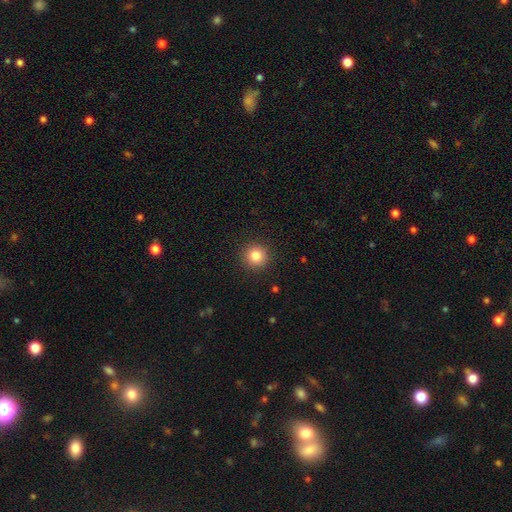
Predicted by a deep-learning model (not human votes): Smooth or featured?
  - smooth: 83% *
  - star or artifact: 11%
  - featured or disk: 6%
How rounded?
  - round: 95% *
  - in between: 4%
  - cigar-shaped: 1%
Merging?
  - none: 92% *
  - minor disturbance: 5%
  - major disturbance: 2%
  - merger: 1%